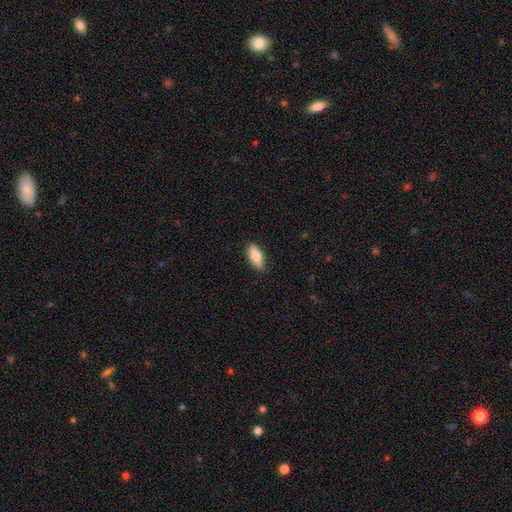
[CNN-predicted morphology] smooth-or-featured: smooth: 81% | featured or disk: 13% | star or artifact: 6%
  how-rounded: in between: 80% | cigar-shaped: 18% | round: 2%
  merging: none: 84% | minor disturbance: 13% | major disturbance: 2% | merger: 1%